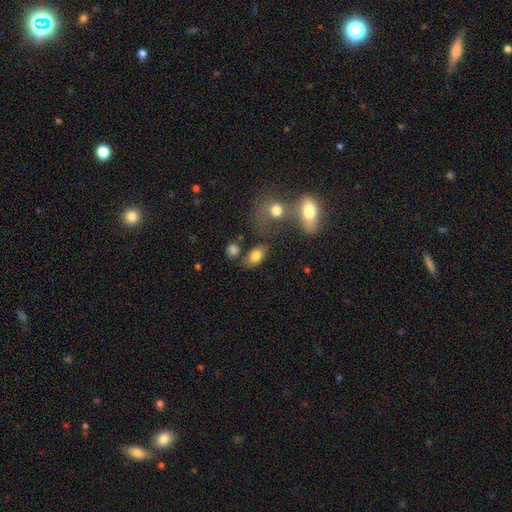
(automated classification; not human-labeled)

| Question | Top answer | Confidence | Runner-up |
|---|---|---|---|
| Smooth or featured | smooth | 80% | featured or disk (11%) |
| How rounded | in between | 87% | round (11%) |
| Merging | none | 60% | minor disturbance (16%) |